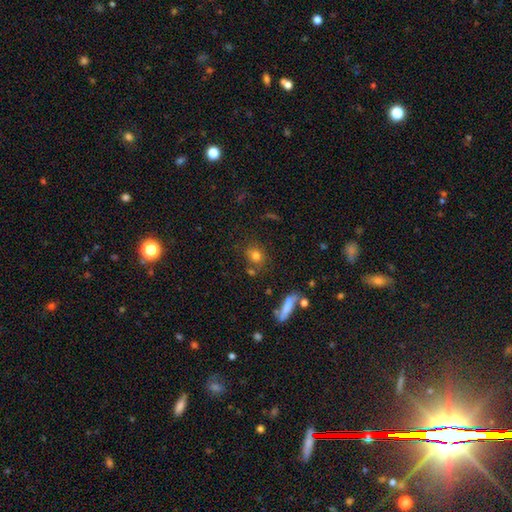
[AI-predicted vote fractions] A smooth galaxy with no disk features (77%) that is round (65%).

Vote fractions:
- Smooth or featured? smooth: 77% / star or artifact: 13% / featured or disk: 10%
- How rounded? round: 65% / in between: 32% / cigar-shaped: 3%
- Merging? none: 72% / minor disturbance: 14% / merger: 9% / major disturbance: 5%